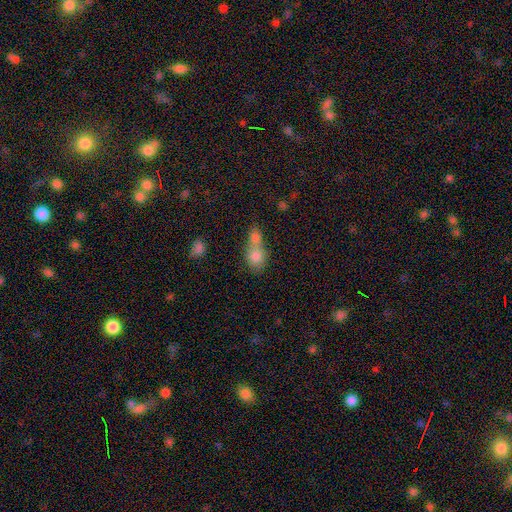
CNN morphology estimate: The model was most divided on "how rounded": round: 54%, in between: 43%, cigar-shaped: 3%. More confident: smooth or featured — smooth (78%); merging — merger (66%).